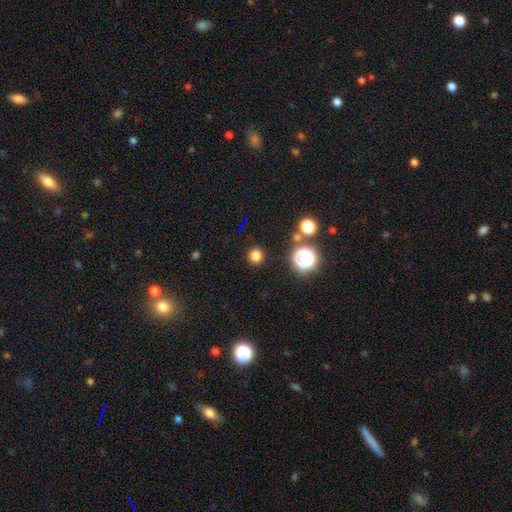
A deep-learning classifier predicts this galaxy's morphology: A smooth galaxy with no disk features (76%) that is round (95%).

Vote fractions:
- Smooth or featured? smooth: 76% / star or artifact: 19% / featured or disk: 5%
- How rounded? round: 95% / in between: 4% / cigar-shaped: 1%
- Merging? none: 90% / minor disturbance: 6% / major disturbance: 2% / merger: 2%